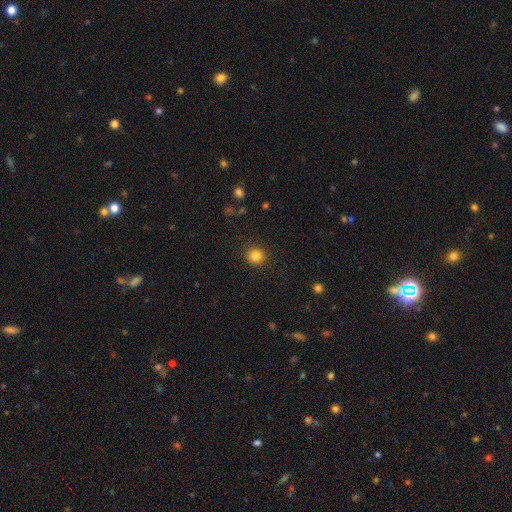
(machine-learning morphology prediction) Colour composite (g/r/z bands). It shows a smooth galaxy with no disk features (84%) that is round (88%). Merging: none (90%).